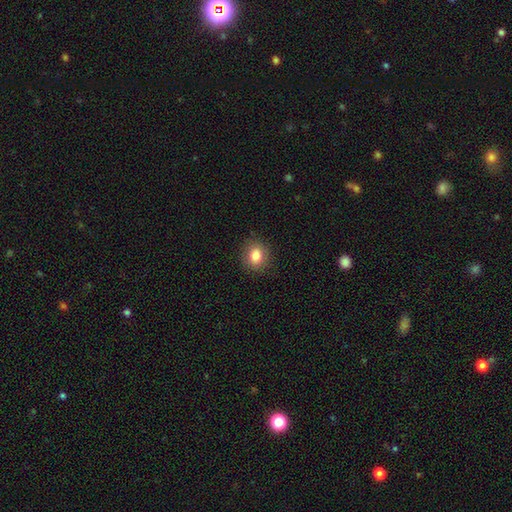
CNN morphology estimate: smooth_or_featured: smooth (p=0.84) [alt: star or artifact p=0.10]
how_rounded: round (p=0.69) [alt: in between p=0.30]
merging: none (p=0.88) [alt: minor disturbance p=0.08]